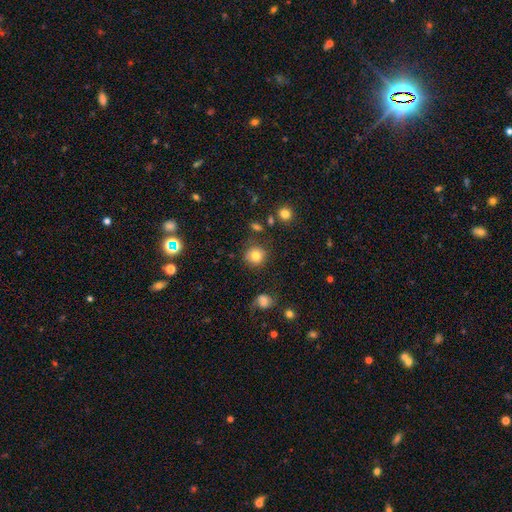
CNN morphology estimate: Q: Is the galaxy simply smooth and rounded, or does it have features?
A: smooth — 79%.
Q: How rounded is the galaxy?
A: round — 89%.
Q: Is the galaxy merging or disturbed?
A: none — 80%.